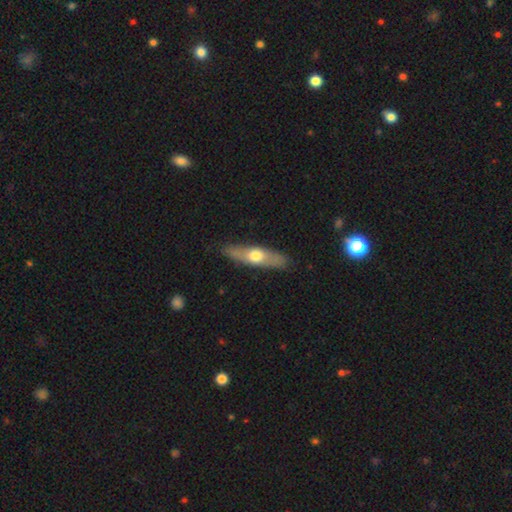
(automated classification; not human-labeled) Q: Smooth or featured?
A: smooth (49%); runner-up: featured or disk (46%)
Q: Merging?
A: none (87%); runner-up: minor disturbance (9%)